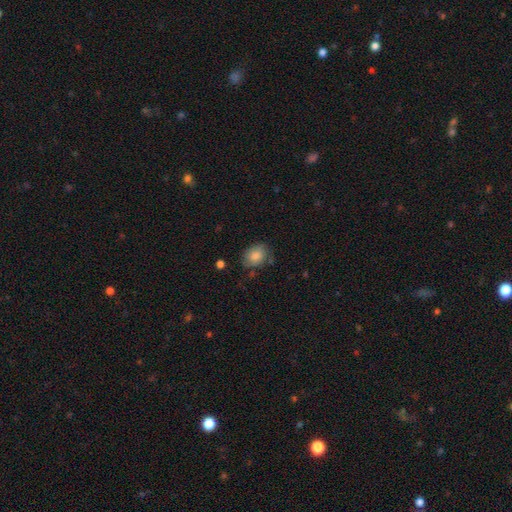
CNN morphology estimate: Smooth or featured? smooth (83%)
How rounded? in between (64%)
Merging? none (69%)